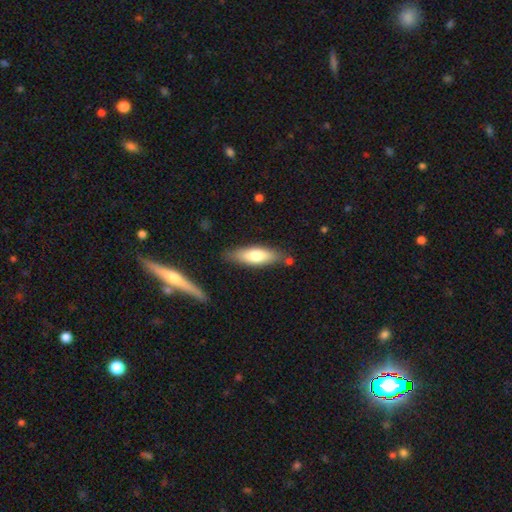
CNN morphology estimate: Smooth or featured?
  - smooth: 68% *
  - featured or disk: 26%
  - star or artifact: 6%
How rounded?
  - cigar-shaped: 51% *
  - in between: 47%
  - round: 2%
Merging?
  - none: 80% *
  - minor disturbance: 13%
  - merger: 4%
  - major disturbance: 3%